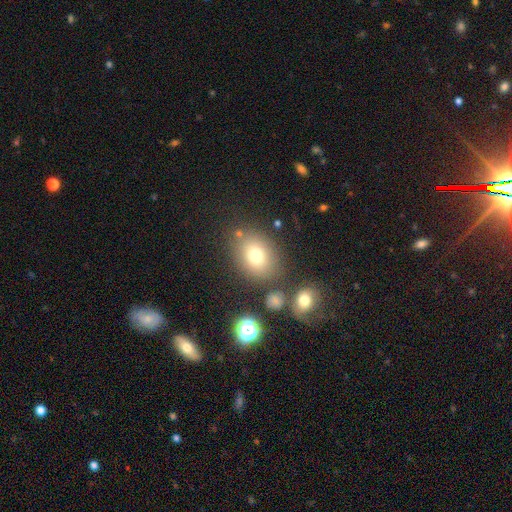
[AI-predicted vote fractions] This is likely a smooth galaxy (74%). How rounded: possibly in between (57%). Merging: likely none (76%).